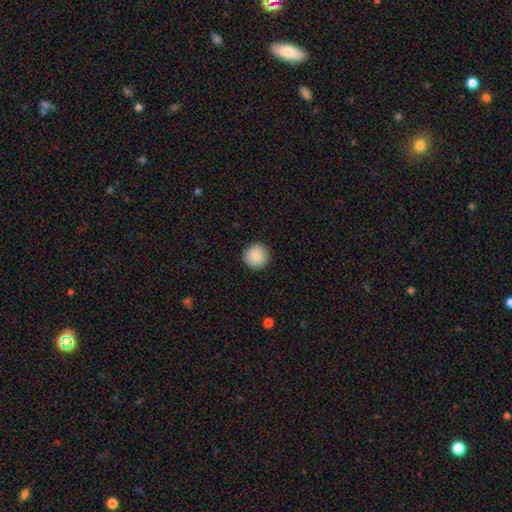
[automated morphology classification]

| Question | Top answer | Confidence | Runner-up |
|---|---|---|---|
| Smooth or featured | smooth | 88% | star or artifact (8%) |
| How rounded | round | 95% | in between (4%) |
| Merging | none | 92% | minor disturbance (6%) |